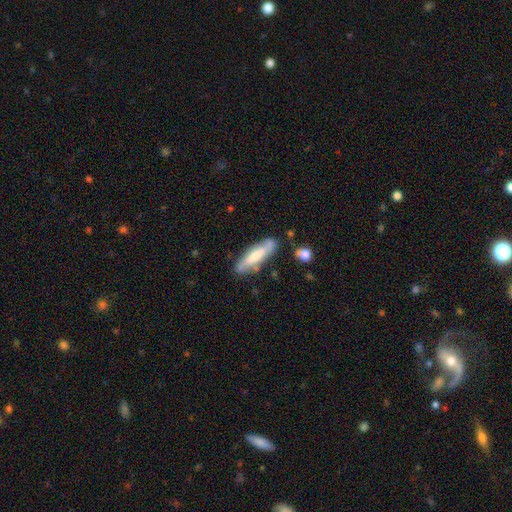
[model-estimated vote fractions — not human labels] A smooth galaxy with no disk features (51%) that is cigar-shaped (65%).

Vote fractions:
- Smooth or featured? smooth: 51% / featured or disk: 44% / star or artifact: 6%
- How rounded? cigar-shaped: 65% / in between: 33% / round: 2%
- Merging? none: 72% / minor disturbance: 18% / merger: 5% / major disturbance: 4%